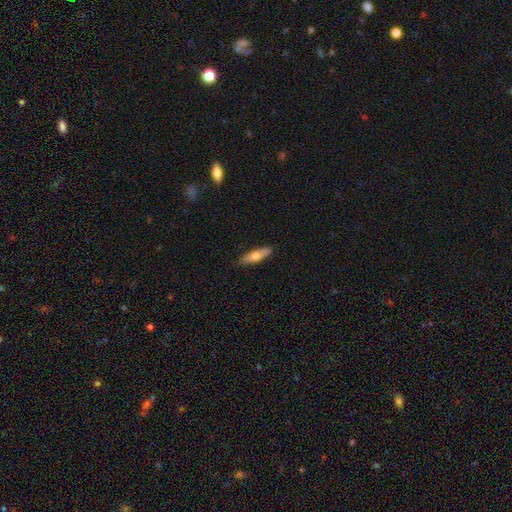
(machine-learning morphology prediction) Smooth or featured? smooth (67%)
How rounded? cigar-shaped (58%)
Merging? none (85%)